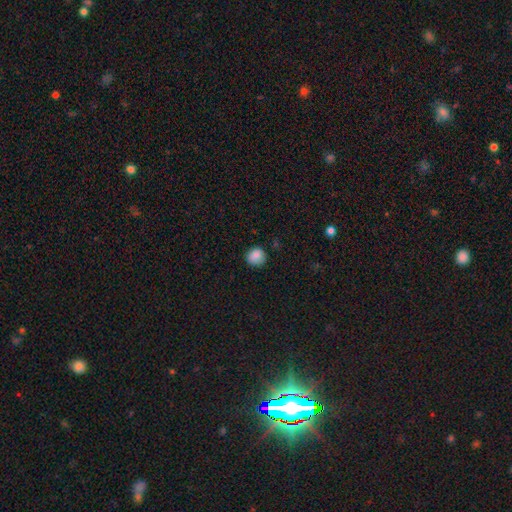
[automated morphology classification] smooth-or-featured: smooth: 86% | star or artifact: 9% | featured or disk: 5%
  how-rounded: round: 87% | in between: 12% | cigar-shaped: 1%
  merging: none: 80% | minor disturbance: 15% | major disturbance: 3% | merger: 1%